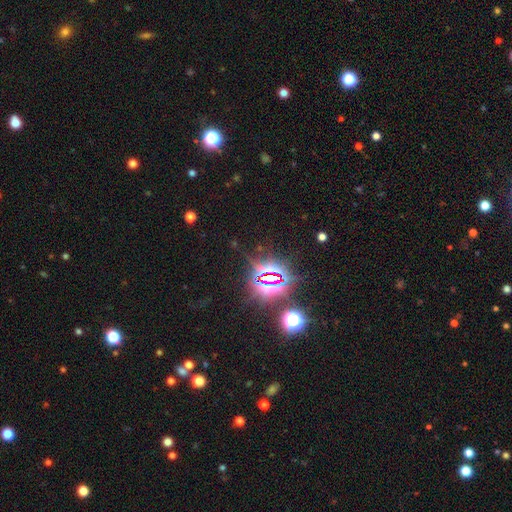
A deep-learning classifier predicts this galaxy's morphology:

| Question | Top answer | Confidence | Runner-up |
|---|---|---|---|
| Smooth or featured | star or artifact | 83% | smooth (10%) |